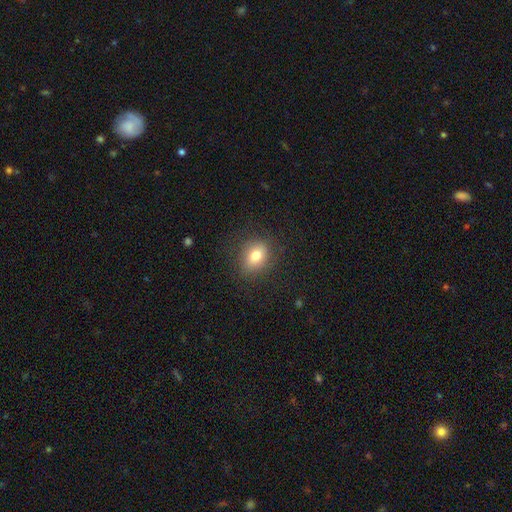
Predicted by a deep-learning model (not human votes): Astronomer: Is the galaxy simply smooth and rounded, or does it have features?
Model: smooth — 77%.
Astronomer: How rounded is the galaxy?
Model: in between — 51% (runner-up: round, 48%).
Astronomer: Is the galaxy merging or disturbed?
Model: none — 84%.